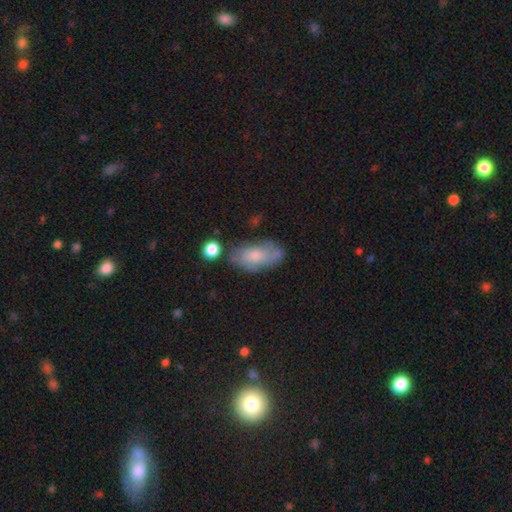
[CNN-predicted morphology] smooth_or_featured: smooth (p=0.59) [alt: featured or disk p=0.33]
how_rounded: in between (p=0.90) [alt: cigar-shaped p=0.05]
merging: none (p=0.56) [alt: minor disturbance p=0.26]